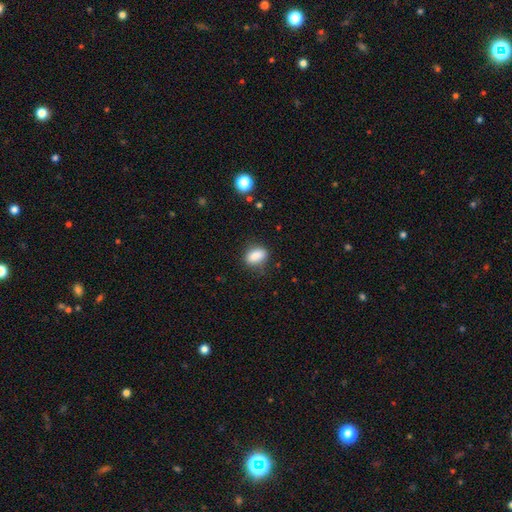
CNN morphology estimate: smooth_or_featured: smooth (p=0.86) [alt: star or artifact p=0.09]
how_rounded: in between (p=0.82) [alt: round p=0.15]
merging: none (p=0.75) [alt: minor disturbance p=0.18]